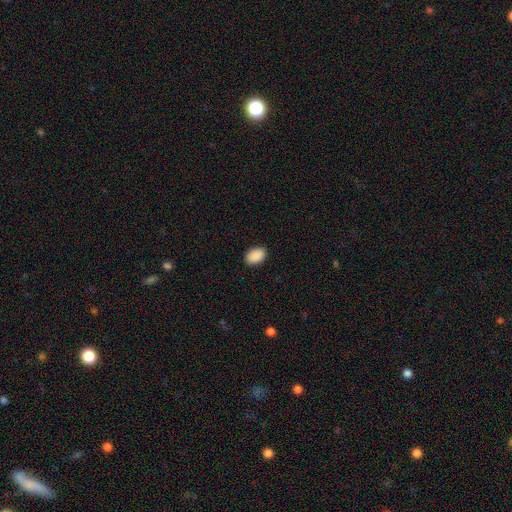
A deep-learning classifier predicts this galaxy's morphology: smooth-or-featured: smooth: 91% | star or artifact: 7% | featured or disk: 2%
  how-rounded: in between: 88% | round: 11% | cigar-shaped: 1%
  merging: none: 90% | minor disturbance: 7% | major disturbance: 2% | merger: 1%